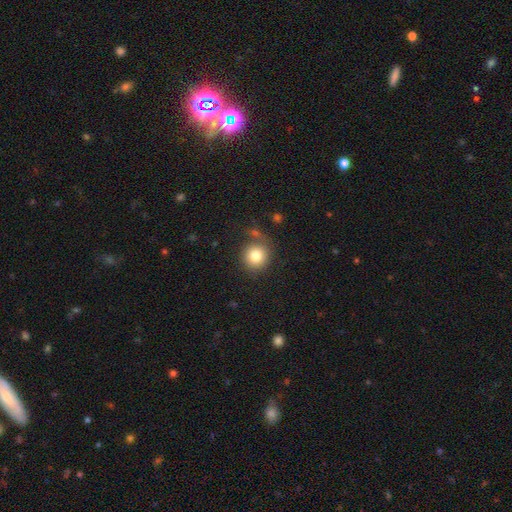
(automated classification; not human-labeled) A smooth galaxy with no disk features (82%) that is round (89%).

Vote fractions:
- Smooth or featured? smooth: 82% / star or artifact: 10% / featured or disk: 8%
- How rounded? round: 89% / in between: 10% / cigar-shaped: 1%
- Merging? none: 74% / minor disturbance: 13% / merger: 7% / major disturbance: 6%